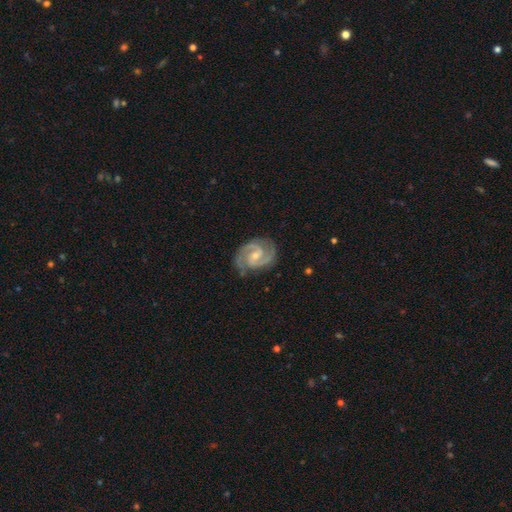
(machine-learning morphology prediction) featured or disk 91%, smooth 4%, star or artifact 4%. Down the decision tree: edge-on disk — no (98%); bar — weak (50%); spiral arms — yes (98%); spiral arm count — 2 (89%); spiral winding — medium (55%); bulge size — small (58%); merging — none (79%).